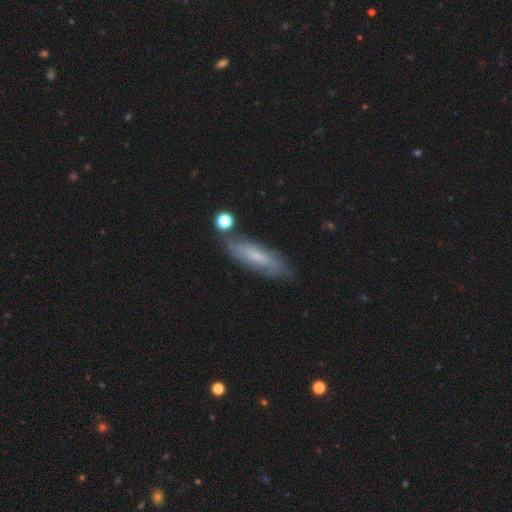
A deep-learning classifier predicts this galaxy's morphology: Smooth or featured? Predicted: smooth (p=0.50). Merging? Predicted: none (p=0.74).